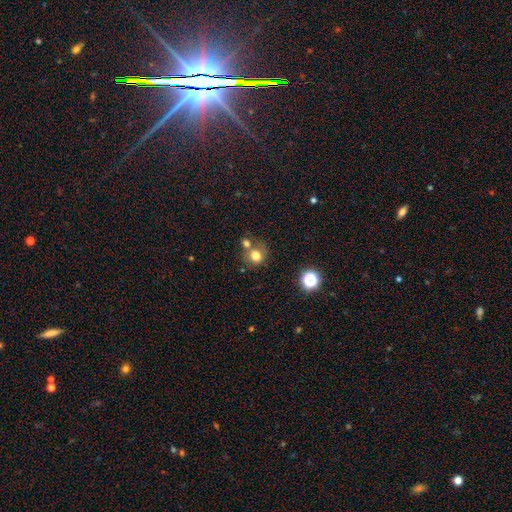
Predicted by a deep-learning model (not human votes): A smooth galaxy with no disk features (76%) that is round (80%). Merging: none (55%).